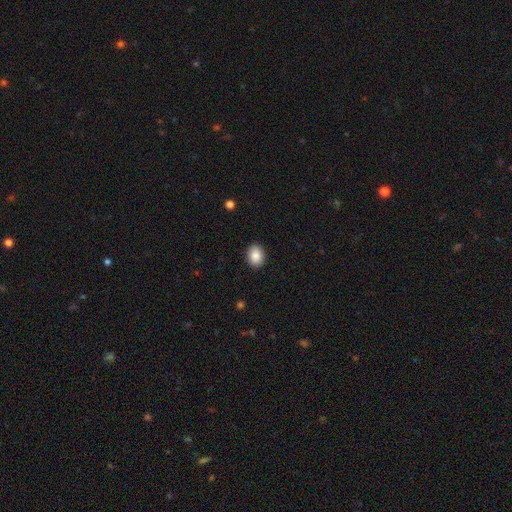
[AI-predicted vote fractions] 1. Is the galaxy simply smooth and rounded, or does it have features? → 87% smooth, 8% star or artifact, 5% featured or disk.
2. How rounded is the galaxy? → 60% in between, 39% round, 1% cigar-shaped.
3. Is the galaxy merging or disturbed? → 90% none, 7% minor disturbance, 2% major disturbance, 1% merger.